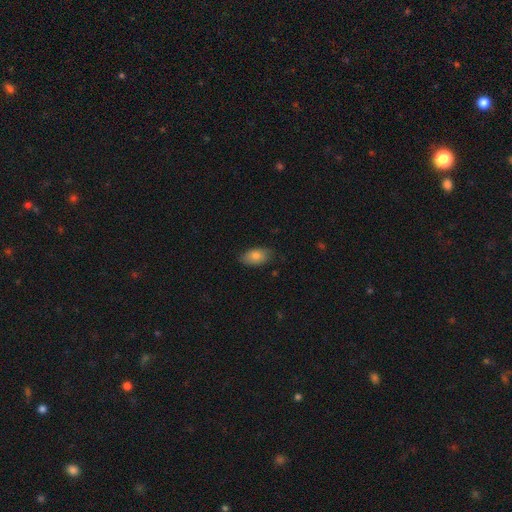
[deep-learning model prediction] This is clearly a smooth galaxy (81%). How rounded: clearly in between (92%). Merging: likely none (80%).